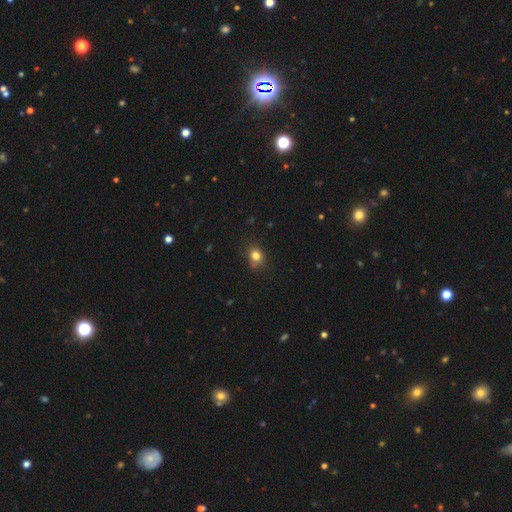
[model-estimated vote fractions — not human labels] Smooth or featured? Predicted: smooth (p=0.80). How rounded? Predicted: round (p=0.66). Merging? Predicted: none (p=0.74).